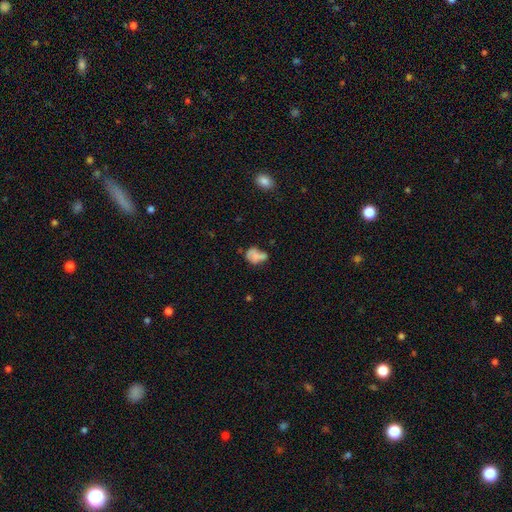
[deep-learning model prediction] Smooth or featured? smooth (60%)
How rounded? in between (76%)
Merging? none (31%)